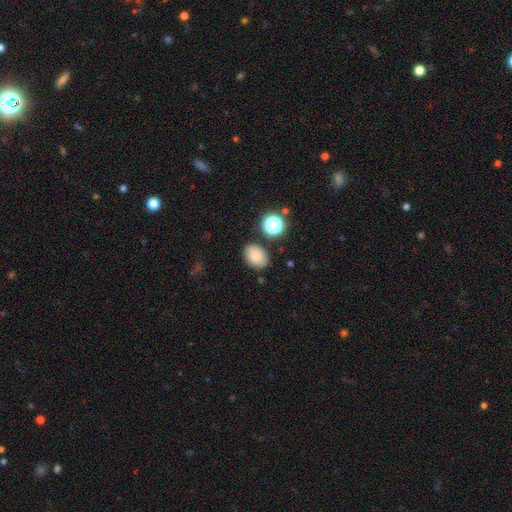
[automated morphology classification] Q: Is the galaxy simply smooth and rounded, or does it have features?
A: smooth — 80%.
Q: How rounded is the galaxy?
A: in between — 77%.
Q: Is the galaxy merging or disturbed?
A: none — 81%.